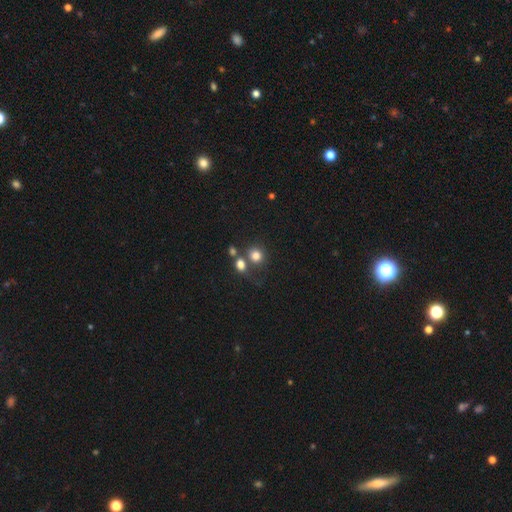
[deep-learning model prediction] Smooth or featured? Predicted: smooth (p=0.79). How rounded? Predicted: round (p=0.82). Merging? Predicted: none (p=0.58).